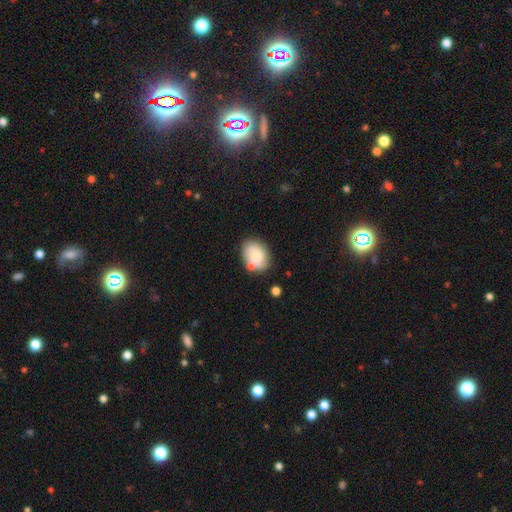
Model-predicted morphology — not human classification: Smooth or featured?
  - smooth: 78% *
  - featured or disk: 15%
  - star or artifact: 8%
How rounded?
  - in between: 68% *
  - round: 31%
  - cigar-shaped: 1%
Merging?
  - none: 61% *
  - minor disturbance: 21%
  - merger: 12%
  - major disturbance: 6%